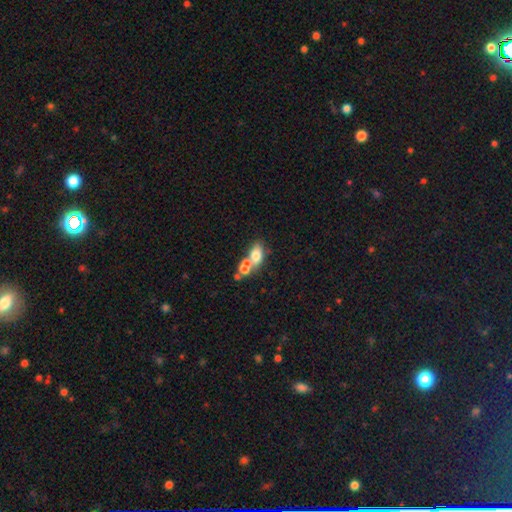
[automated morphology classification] smooth_or_featured: smooth (p=0.66) [alt: featured or disk p=0.23]
how_rounded: in between (p=0.76) [alt: round p=0.18]
merging: merger (p=0.52) [alt: none p=0.32]